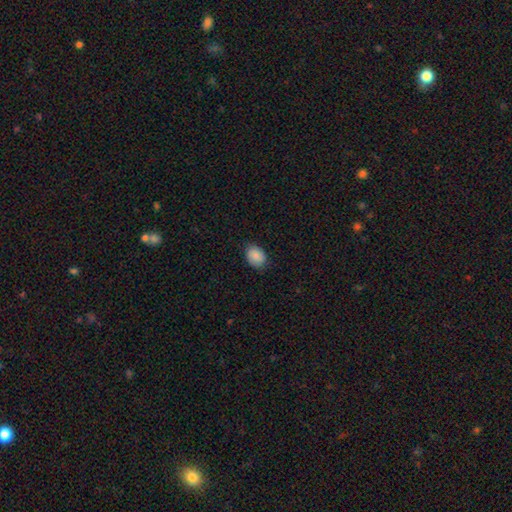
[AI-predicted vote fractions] A smooth galaxy with no disk features (88%) that is in between round and cigar-shaped (60%).

Vote fractions:
- Smooth or featured? smooth: 88% / star or artifact: 7% / featured or disk: 5%
- How rounded? in between: 60% / round: 39% / cigar-shaped: 1%
- Merging? none: 83% / minor disturbance: 14% / major disturbance: 3% / merger: 1%